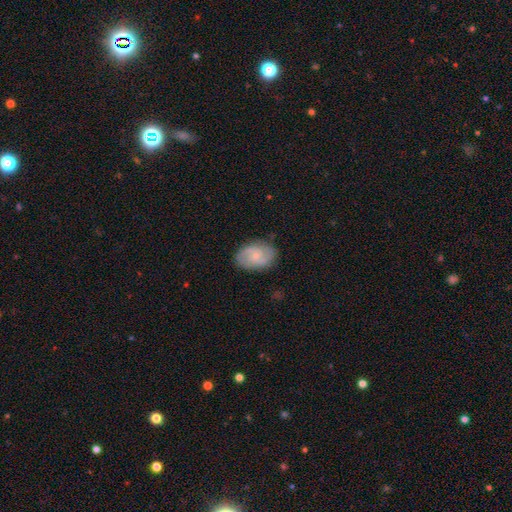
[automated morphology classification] This appears to be a featured or disk galaxy (69%) with no bar (61%), 2 (81%) medium (50%) spiral arms (93%) and a small central bulge (70%). Merging: none (81%).